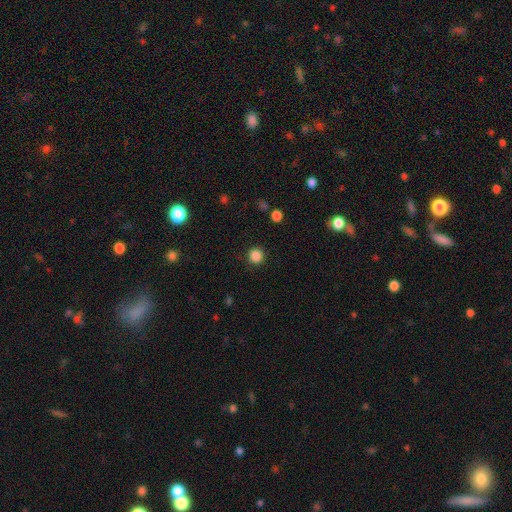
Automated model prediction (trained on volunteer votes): Q: Smooth or featured?
A: smooth (85%); runner-up: star or artifact (12%)
Q: How rounded?
A: round (95%); runner-up: in between (4%)
Q: Merging?
A: none (91%); runner-up: minor disturbance (5%)